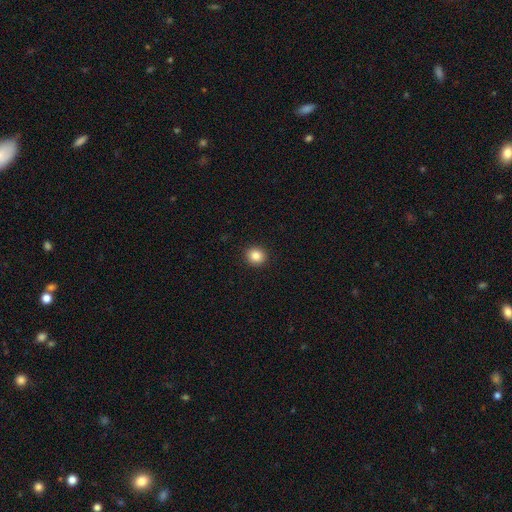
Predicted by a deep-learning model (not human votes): The model was most divided on "how rounded": round: 84%, in between: 15%, cigar-shaped: 1%. More confident: merging — none (92%); smooth or featured — smooth (85%).